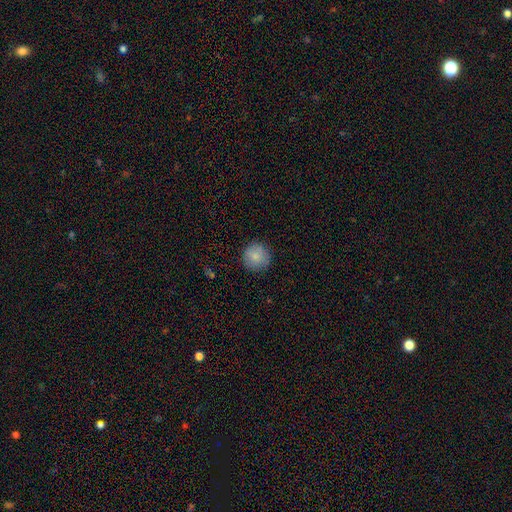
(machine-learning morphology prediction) Smooth or featured? smooth (85%)
How rounded? round (95%)
Merging? none (88%)